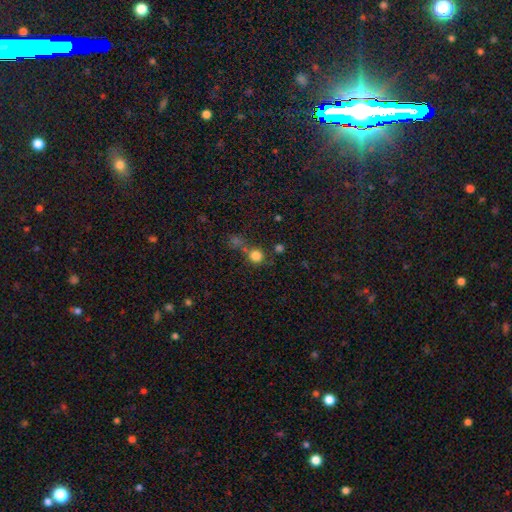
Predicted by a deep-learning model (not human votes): smooth-or-featured: smooth: 80% | star or artifact: 14% | featured or disk: 6%
  how-rounded: round: 91% | in between: 8% | cigar-shaped: 1%
  merging: none: 61% | merger: 24% | minor disturbance: 10% | major disturbance: 5%